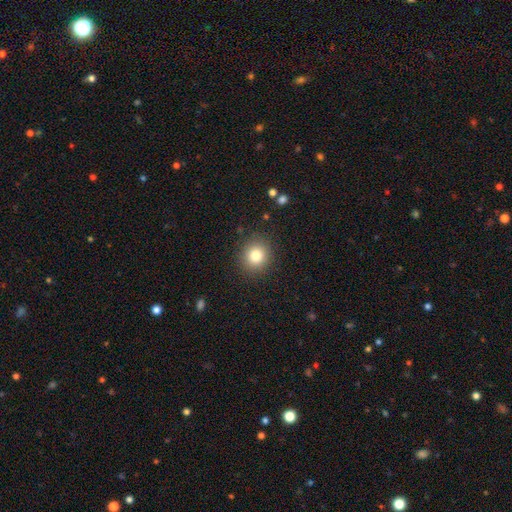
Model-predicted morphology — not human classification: This is clearly a smooth galaxy (82%). How rounded: clearly round (84%). Merging: clearly none (89%).